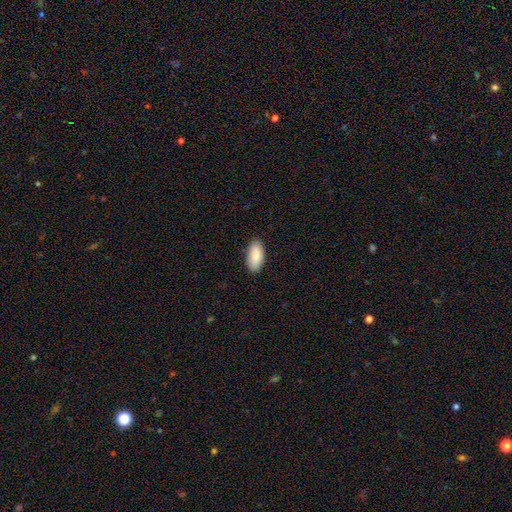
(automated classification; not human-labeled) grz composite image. It shows a smooth galaxy with no disk features (88%) that is in between round and cigar-shaped (93%). Merging: none (87%).